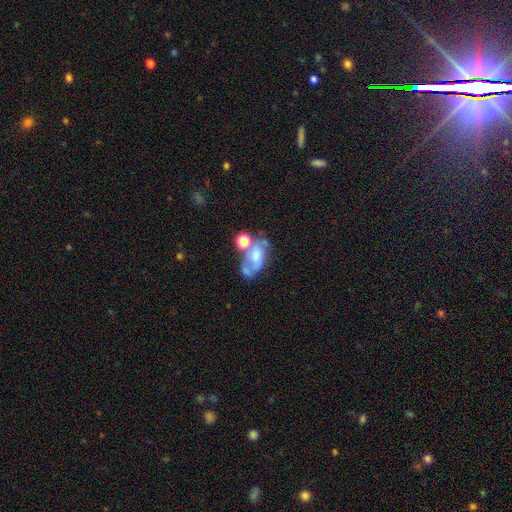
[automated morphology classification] The model was most divided on "merging": merger: 33%, none: 27%, major disturbance: 22%, minor disturbance: 18%. Remaining: smooth or featured — featured or disk (50%).